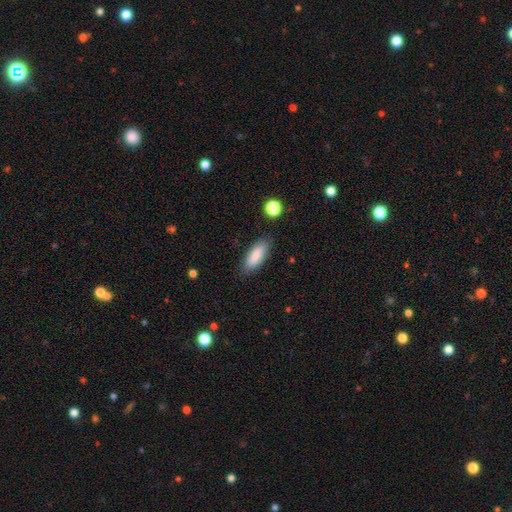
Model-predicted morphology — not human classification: This appears to be a smooth galaxy with no disk features (87%) that is in between round and cigar-shaped (68%). Merging: none (84%).